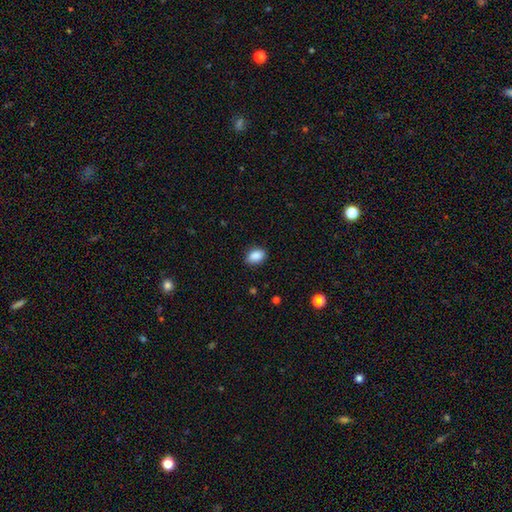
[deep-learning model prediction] Morphology: type=smooth (89%); roundness=in between (85%); merging=none (86%).